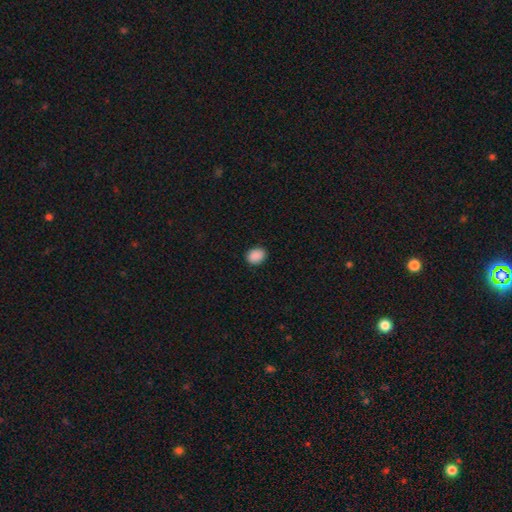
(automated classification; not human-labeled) Overall: smooth (90%). How rounded: in between (62%; round 37%). Merging: none (89%).